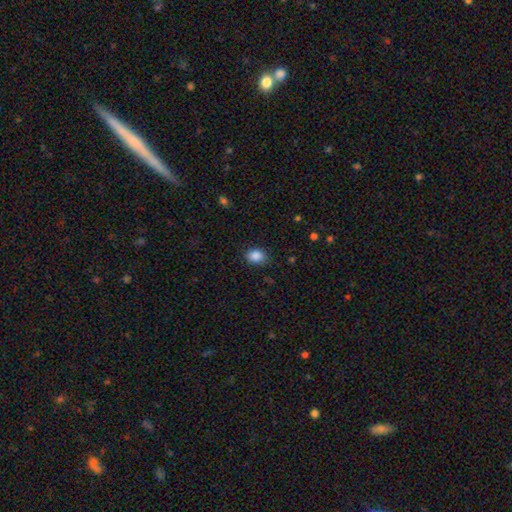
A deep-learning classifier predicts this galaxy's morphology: Overall: smooth (88%). How rounded: in between (61%; round 38%). Merging: none (82%).